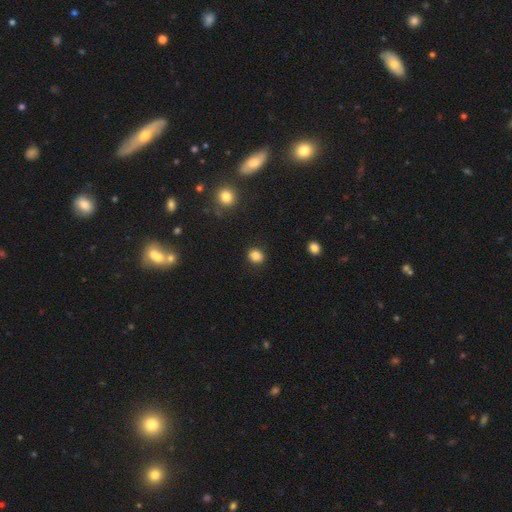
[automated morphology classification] Smooth or featured? Predicted: smooth (p=0.85). How rounded? Predicted: round (p=0.68). Merging? Predicted: none (p=0.90).